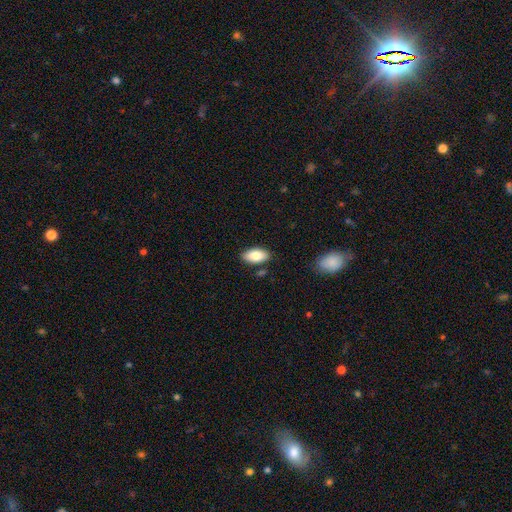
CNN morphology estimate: A smooth galaxy with no disk features (83%) that is in between round and cigar-shaped (94%).

Vote fractions:
- Smooth or featured? smooth: 83% / featured or disk: 10% / star or artifact: 7%
- How rounded? in between: 94% / cigar-shaped: 4% / round: 3%
- Merging? none: 84% / minor disturbance: 10% / merger: 3% / major disturbance: 2%